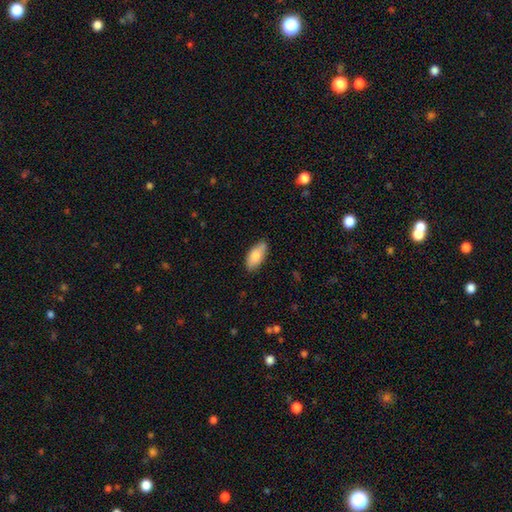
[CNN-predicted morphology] This appears to be a smooth galaxy with no disk features (83%) that is in between round and cigar-shaped (90%). Merging: none (78%).